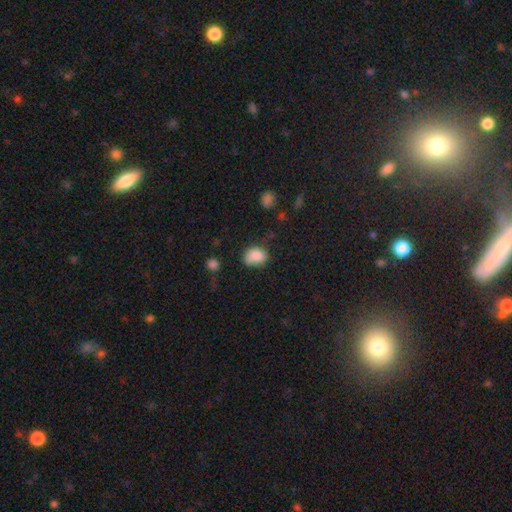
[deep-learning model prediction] Smooth or featured? smooth (85%)
How rounded? in between (61%)
Merging? none (59%)